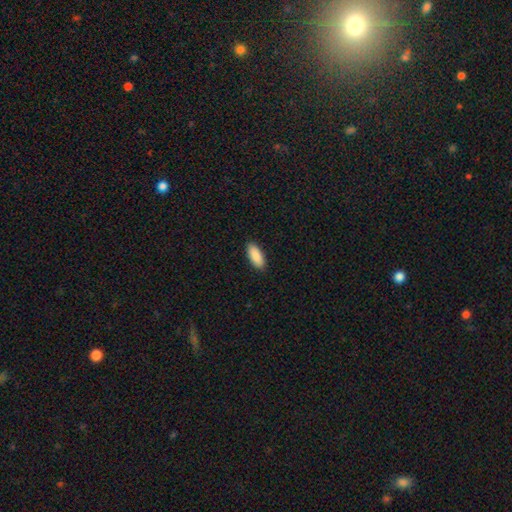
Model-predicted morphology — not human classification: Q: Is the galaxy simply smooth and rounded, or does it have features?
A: smooth — 91%.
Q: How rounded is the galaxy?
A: in between — 81%.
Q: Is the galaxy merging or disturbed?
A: none — 91%.